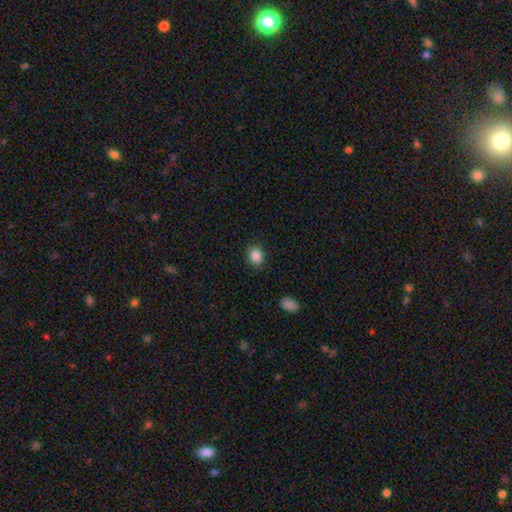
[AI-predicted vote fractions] smooth 86%, star or artifact 10%, featured or disk 4%. Down the decision tree: how rounded — round (58%); merging — none (89%).